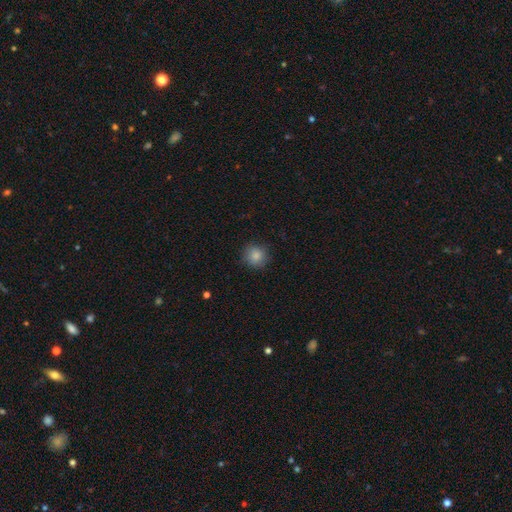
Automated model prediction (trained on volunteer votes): Smooth or featured? Predicted: smooth (p=0.86). How rounded? Predicted: round (p=0.92). Merging? Predicted: none (p=0.87).